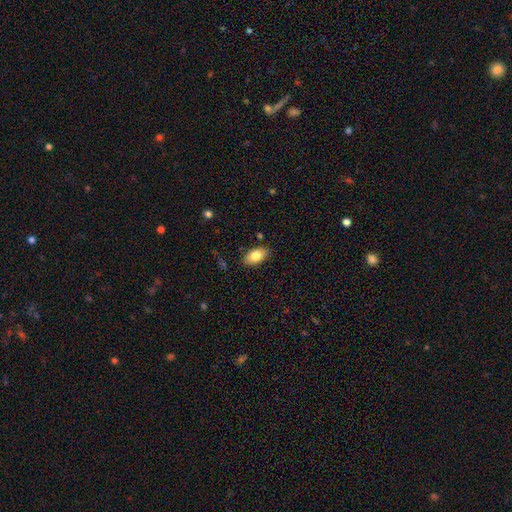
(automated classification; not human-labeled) A smooth galaxy with no disk features (82%) that is in between round and cigar-shaped (93%).

Vote fractions:
- Smooth or featured? smooth: 82% / featured or disk: 11% / star or artifact: 7%
- How rounded? in between: 93% / round: 5% / cigar-shaped: 2%
- Merging? none: 85% / minor disturbance: 11% / major disturbance: 2% / merger: 2%